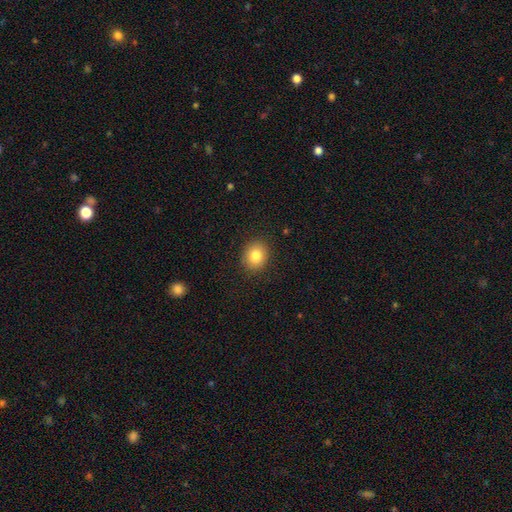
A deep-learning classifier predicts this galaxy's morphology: The model was most divided on "how rounded": round: 67%, in between: 32%, cigar-shaped: 1%. More confident: merging — none (89%); smooth or featured — smooth (83%).